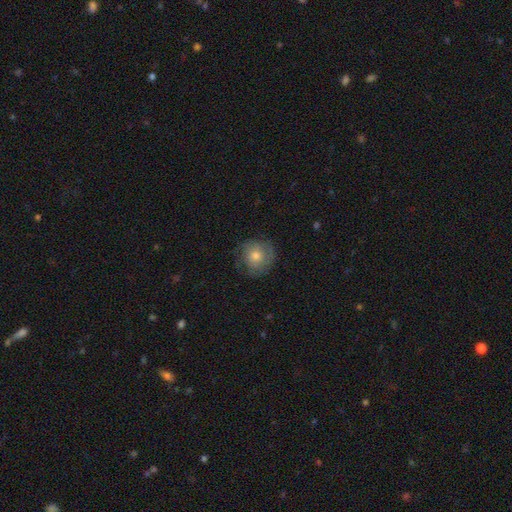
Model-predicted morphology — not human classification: A smooth galaxy with no disk features (60%) that is round (90%). Merging: none (75%).